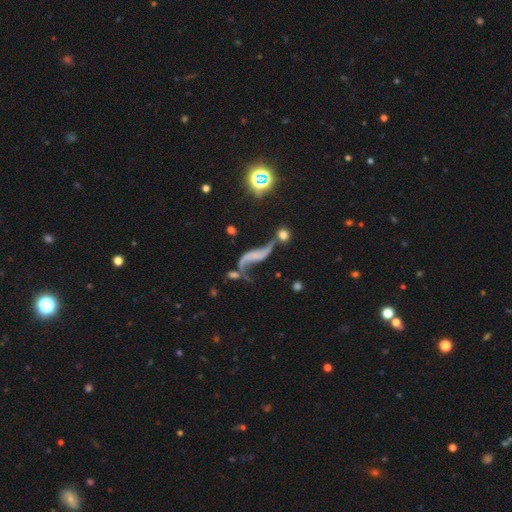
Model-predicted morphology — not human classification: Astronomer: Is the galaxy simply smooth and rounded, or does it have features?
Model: featured or disk — 73%.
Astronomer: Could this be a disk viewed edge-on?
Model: no — 89%.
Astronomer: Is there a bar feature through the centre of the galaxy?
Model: no — 58%.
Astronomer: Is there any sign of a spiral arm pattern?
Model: yes — 85%.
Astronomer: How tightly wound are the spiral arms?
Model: loose — 92%.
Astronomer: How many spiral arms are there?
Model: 2 — 88%.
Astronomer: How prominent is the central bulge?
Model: none — 63%.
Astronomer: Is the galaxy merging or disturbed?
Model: none — 37% (runner-up: merger, 24%).